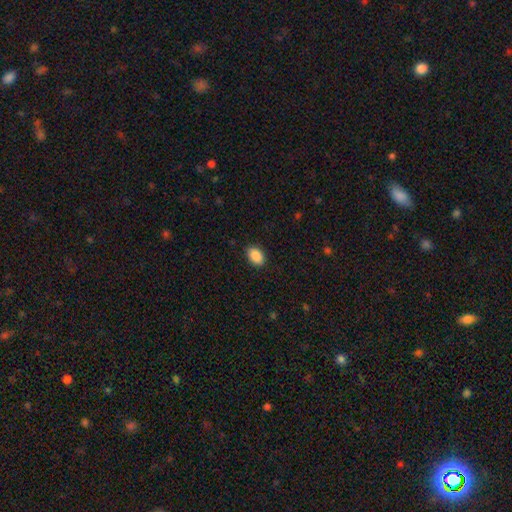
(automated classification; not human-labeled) Overall: smooth (89%). How rounded: in between (84%). Merging: none (88%).